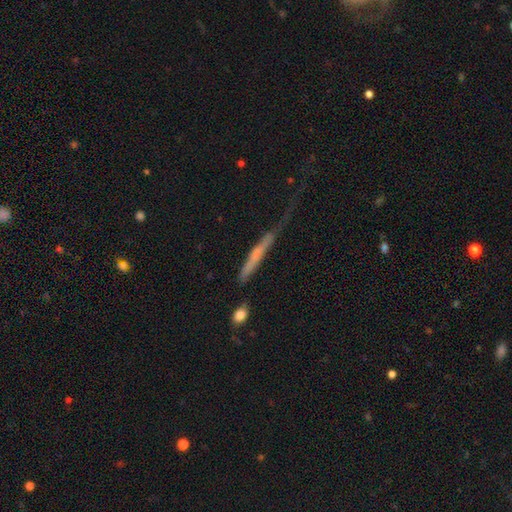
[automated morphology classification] smooth-or-featured: smooth: 51% | featured or disk: 41% | star or artifact: 9%
  how-rounded: cigar-shaped: 93% | in between: 4% | round: 2%
  merging: none: 39% | minor disturbance: 28% | major disturbance: 26% | merger: 6%